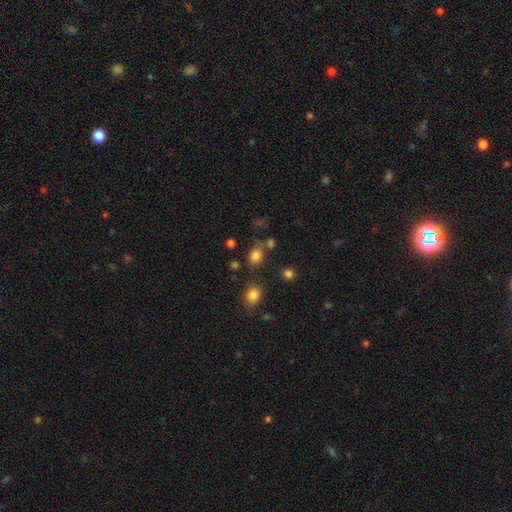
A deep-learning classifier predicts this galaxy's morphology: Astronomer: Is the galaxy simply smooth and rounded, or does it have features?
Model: smooth — 80%.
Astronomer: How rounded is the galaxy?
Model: in between — 63%.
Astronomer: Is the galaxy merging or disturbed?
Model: none — 68%.